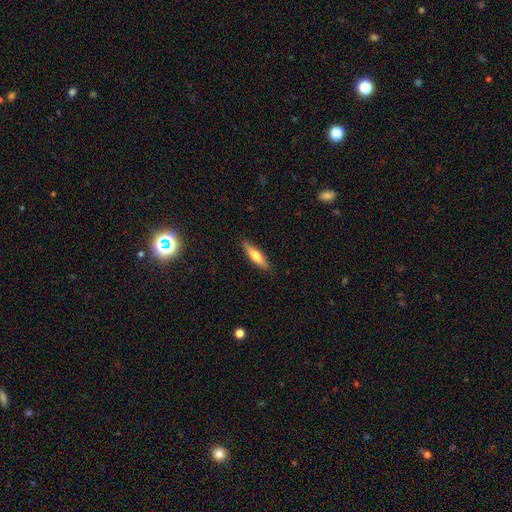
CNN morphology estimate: smooth-or-featured: smooth: 59% | featured or disk: 35% | star or artifact: 6%
  how-rounded: cigar-shaped: 73% | in between: 25% | round: 2%
  merging: none: 88% | minor disturbance: 9% | major disturbance: 2% | merger: 1%